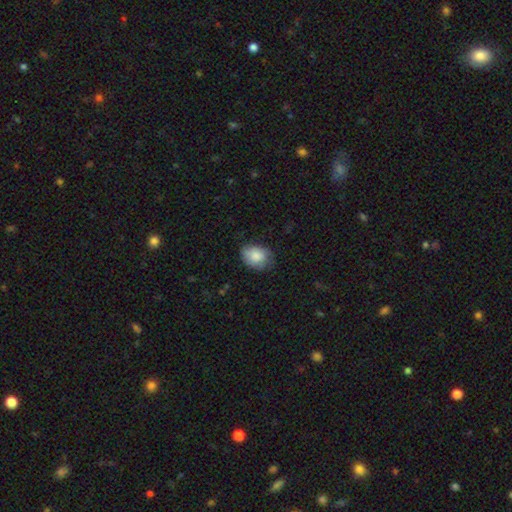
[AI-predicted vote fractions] A smooth galaxy with no disk features (83%) that is in between round and cigar-shaped (68%). Merging: none (65%).